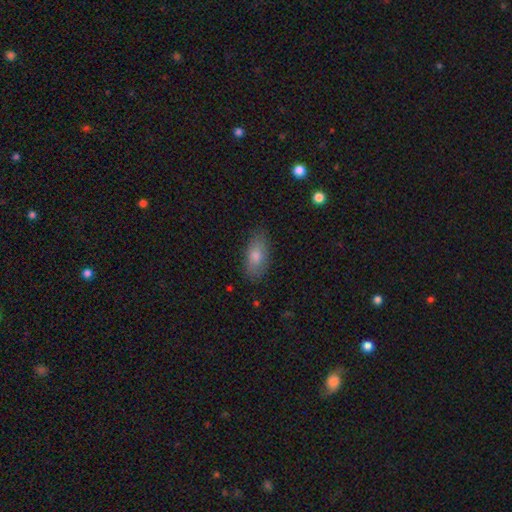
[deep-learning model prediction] This is likely a smooth galaxy (71%). How rounded: clearly in between (86%). Merging: clearly none (81%).